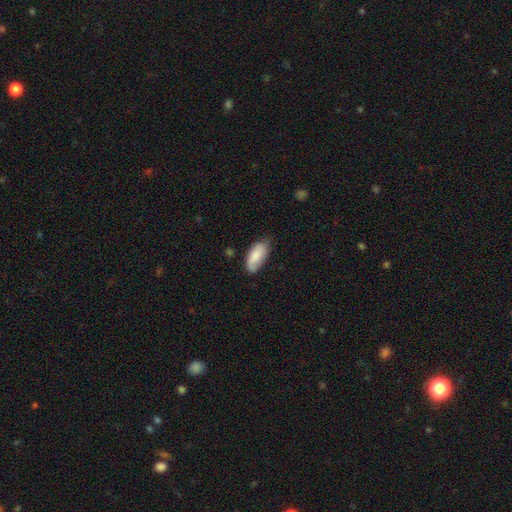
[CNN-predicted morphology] Smooth or featured? Predicted: smooth (p=0.80). How rounded? Predicted: in between (p=0.91). Merging? Predicted: none (p=0.64).